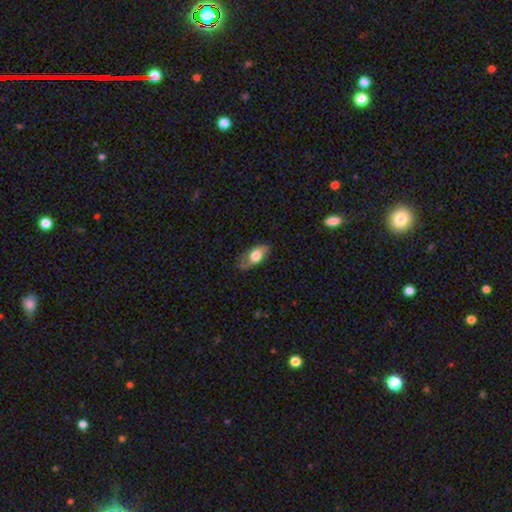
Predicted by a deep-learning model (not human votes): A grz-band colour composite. It shows a smooth galaxy with no disk features (66%) that is in between round and cigar-shaped (85%). Merging: none (70%).